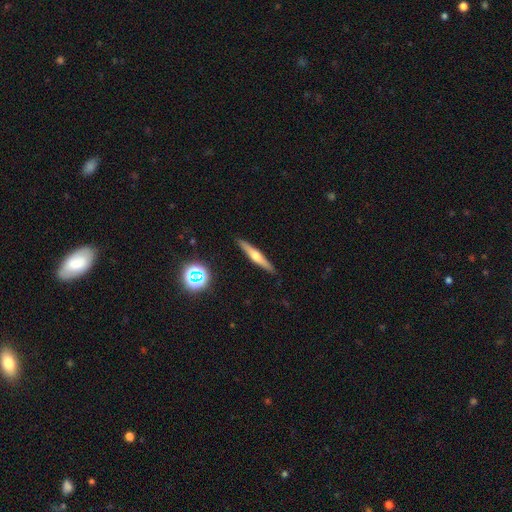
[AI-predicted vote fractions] Q: Smooth or featured?
A: featured or disk (59%); runner-up: smooth (33%)
Q: Edge-on disk?
A: yes (96%); runner-up: no (4%)
Q: Edge-on bulge?
A: rounded (89%); runner-up: none (7%)
Q: Merging?
A: none (91%); runner-up: minor disturbance (7%)